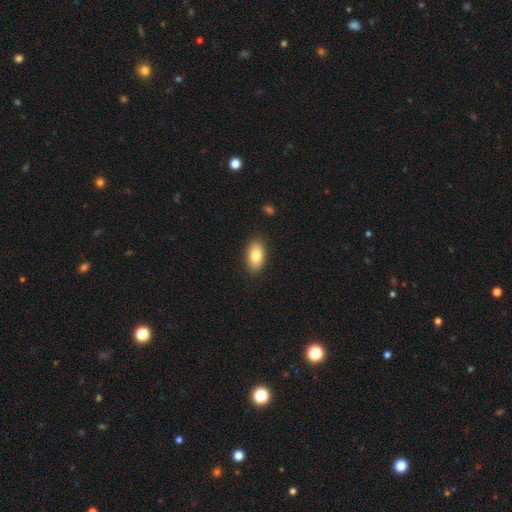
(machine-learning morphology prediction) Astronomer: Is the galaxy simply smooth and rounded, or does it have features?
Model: smooth — 81%.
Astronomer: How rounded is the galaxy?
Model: in between — 92%.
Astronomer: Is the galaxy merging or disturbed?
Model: none — 88%.